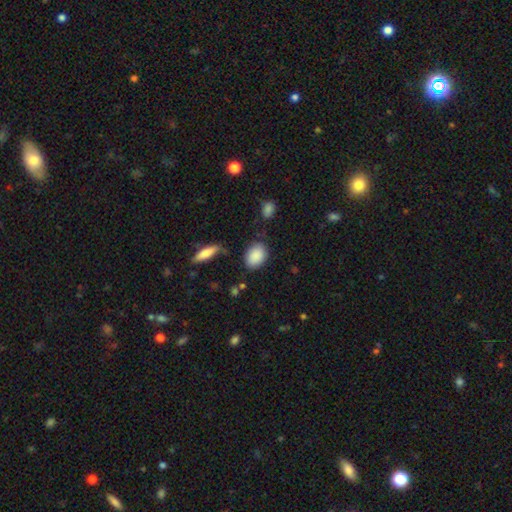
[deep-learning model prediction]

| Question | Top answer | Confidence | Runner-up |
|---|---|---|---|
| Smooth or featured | smooth | 88% | star or artifact (7%) |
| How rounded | in between | 79% | round (20%) |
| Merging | none | 77% | minor disturbance (16%) |